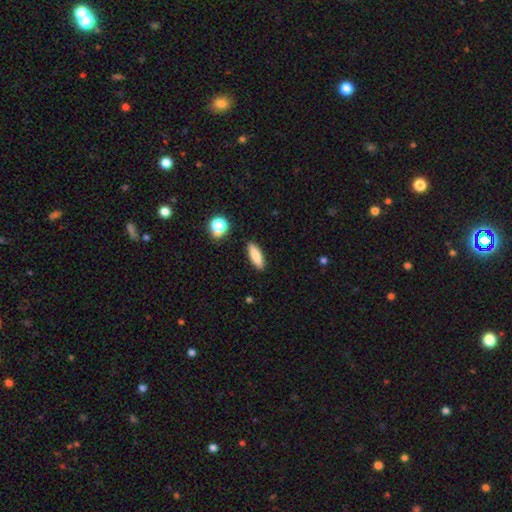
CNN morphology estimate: Smooth or featured: smooth — 82% (featured or disk — 10%)
How rounded: in between — 52% (cigar-shaped — 45%)
Merging: none — 89% (minor disturbance — 7%)